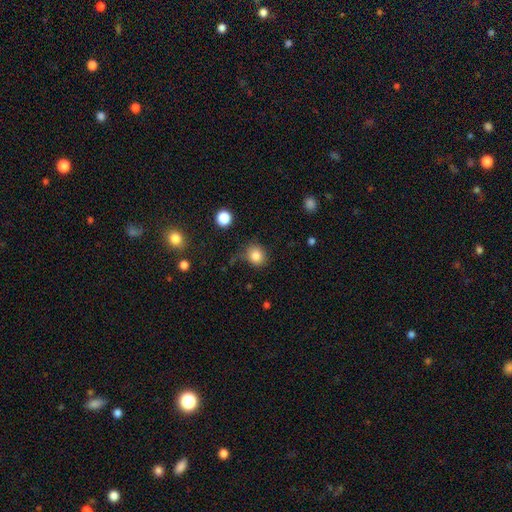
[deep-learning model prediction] Smooth or featured?
  - smooth: 82% *
  - star or artifact: 12%
  - featured or disk: 6%
How rounded?
  - round: 78% *
  - in between: 21%
  - cigar-shaped: 1%
Merging?
  - none: 73% *
  - minor disturbance: 18%
  - major disturbance: 6%
  - merger: 4%